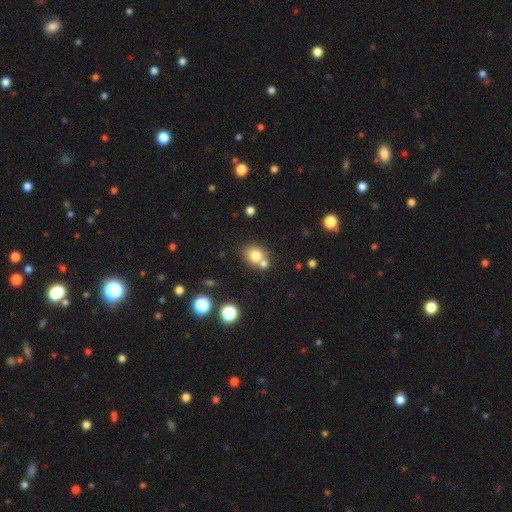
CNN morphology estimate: Smooth or featured: smooth — 76% (star or artifact — 12%)
How rounded: round — 72% (in between — 27%)
Merging: none — 56% (merger — 31%)